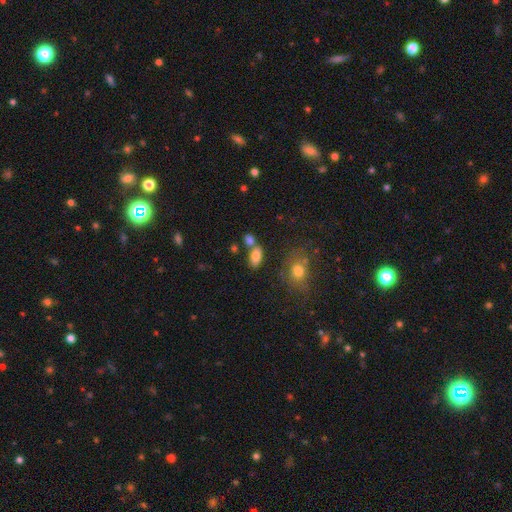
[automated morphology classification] Smooth or featured? smooth (82%)
How rounded? in between (89%)
Merging? none (57%)